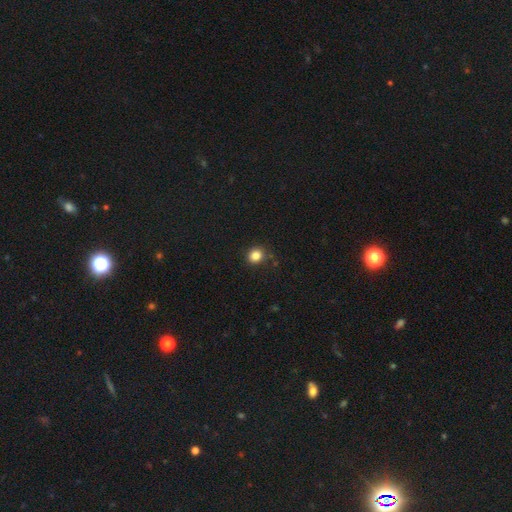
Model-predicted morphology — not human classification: Smooth or featured? smooth (84%)
How rounded? round (80%)
Merging? none (86%)